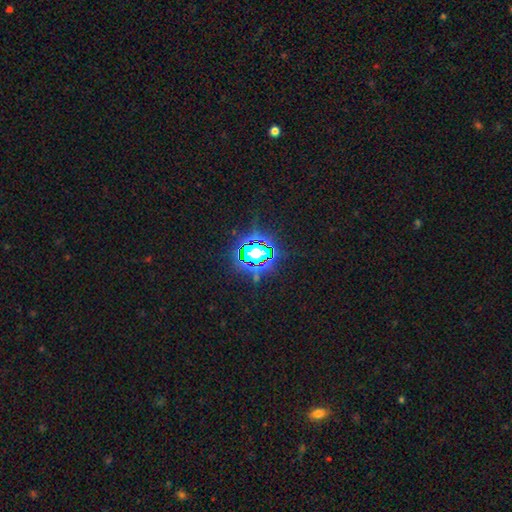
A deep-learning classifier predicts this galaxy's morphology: smooth_or_featured: star or artifact (p=0.74) [alt: smooth p=0.15]